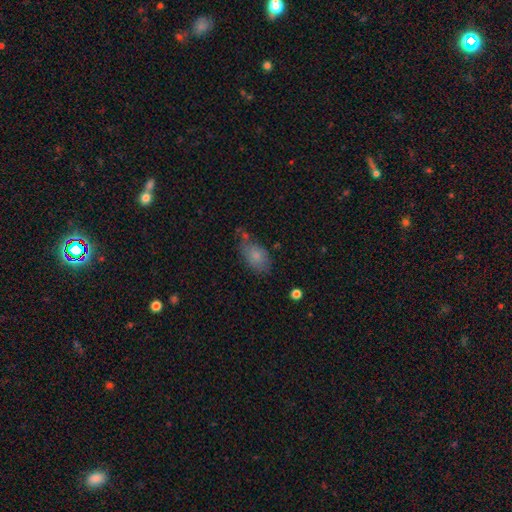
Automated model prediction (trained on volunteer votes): A smooth galaxy with no disk features (78%) that is in between round and cigar-shaped (89%). Merging: none (50%).